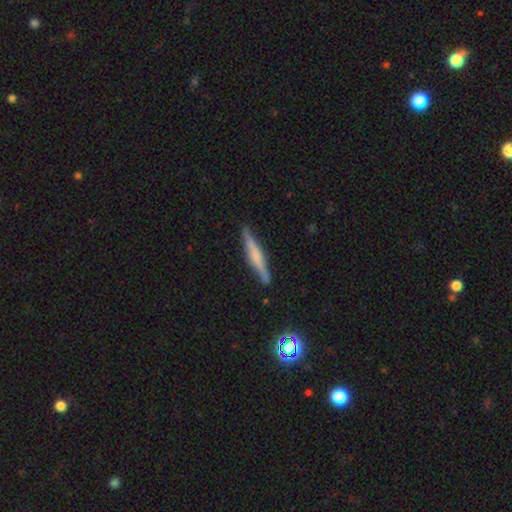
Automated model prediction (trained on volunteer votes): This is possibly a featured or disk galaxy (50%). It is clearly viewed edge-on (97%). Merging: clearly none (88%).